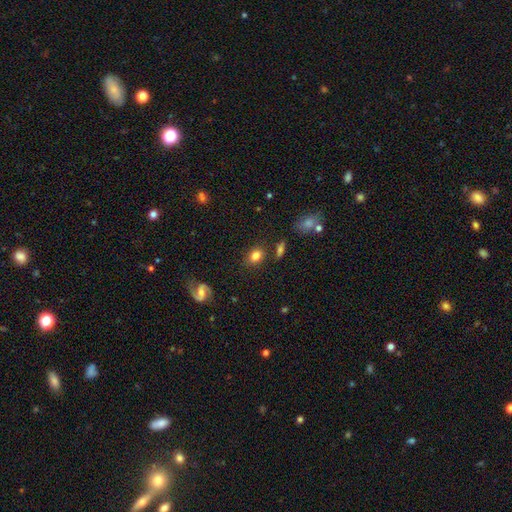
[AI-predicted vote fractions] Q: Smooth or featured?
A: smooth (79%); runner-up: featured or disk (12%)
Q: How rounded?
A: in between (70%); runner-up: round (29%)
Q: Merging?
A: none (78%); runner-up: minor disturbance (13%)